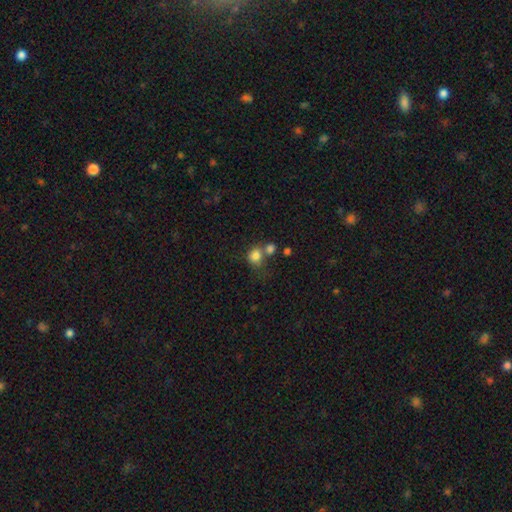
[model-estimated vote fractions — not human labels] Smooth or featured: smooth — 80% (star or artifact — 12%)
How rounded: round — 75% (in between — 24%)
Merging: none — 45% (merger — 36%)